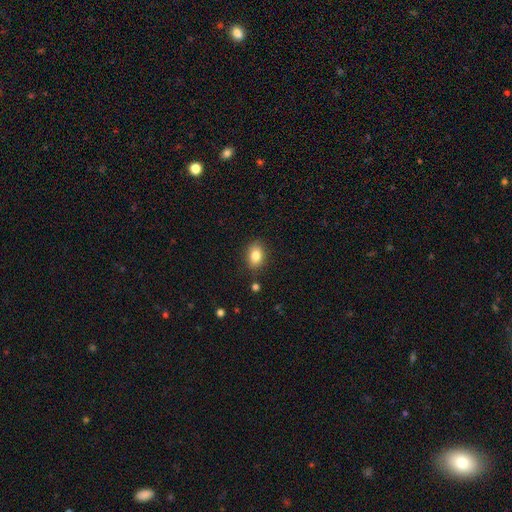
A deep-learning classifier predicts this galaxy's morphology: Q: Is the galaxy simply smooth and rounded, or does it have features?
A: smooth — 83%.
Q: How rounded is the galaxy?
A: in between — 77%.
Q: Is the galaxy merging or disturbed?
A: none — 85%.